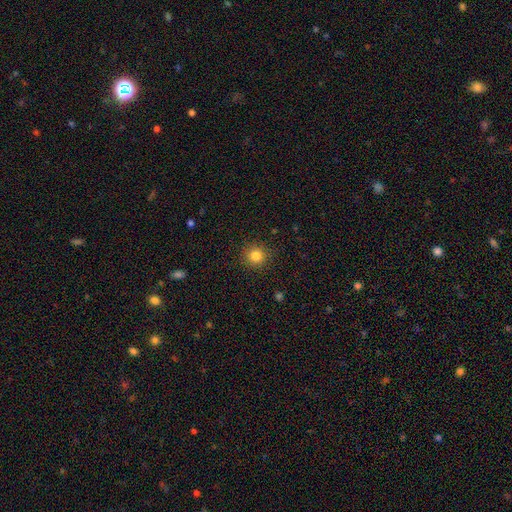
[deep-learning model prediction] Smooth or featured? Predicted: smooth (p=0.83). How rounded? Predicted: round (p=0.94). Merging? Predicted: none (p=0.91).